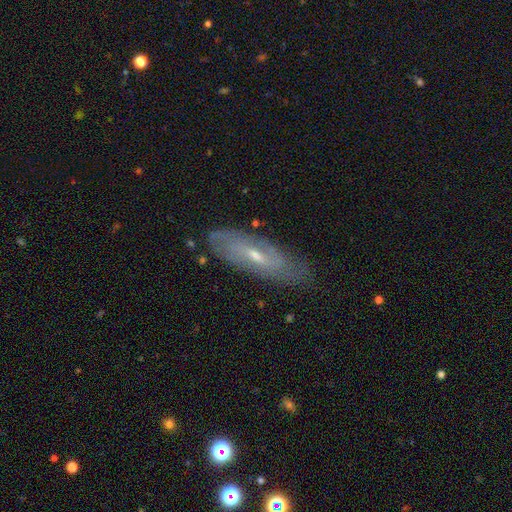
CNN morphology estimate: A featured or disk galaxy (71%) with a weak bar (47%), spiral arms (80%) and a small central bulge (58%). Merging: none (79%).